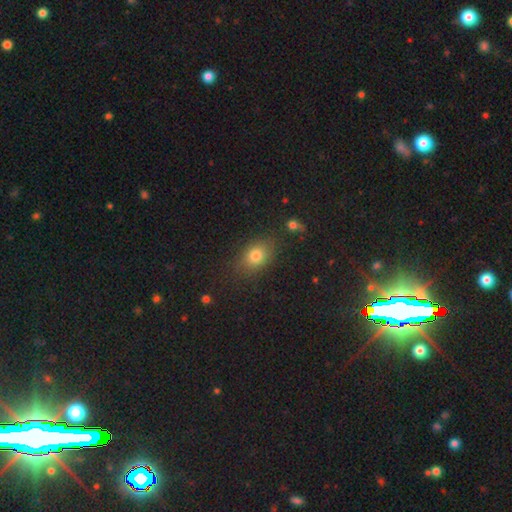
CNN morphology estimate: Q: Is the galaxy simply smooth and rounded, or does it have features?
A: smooth — 77%.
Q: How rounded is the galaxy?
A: in between — 71%.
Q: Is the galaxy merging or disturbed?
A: none — 80%.